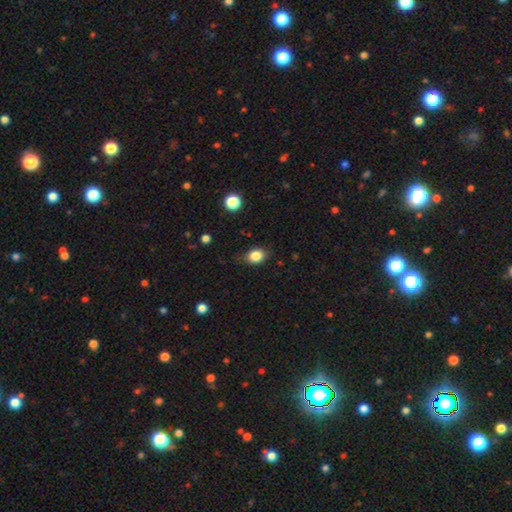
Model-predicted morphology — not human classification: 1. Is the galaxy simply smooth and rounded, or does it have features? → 84% smooth, 10% star or artifact, 6% featured or disk.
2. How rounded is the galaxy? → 63% in between, 35% round, 1% cigar-shaped.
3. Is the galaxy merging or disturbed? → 78% none, 17% minor disturbance, 4% major disturbance, 1% merger.